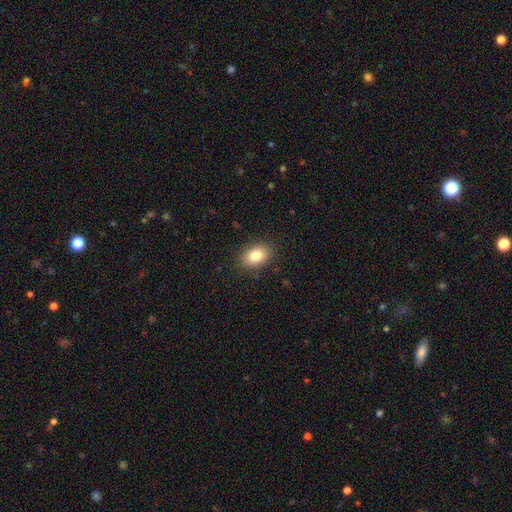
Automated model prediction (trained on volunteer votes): Smooth or featured? smooth (81%)
How rounded? in between (80%)
Merging? none (88%)